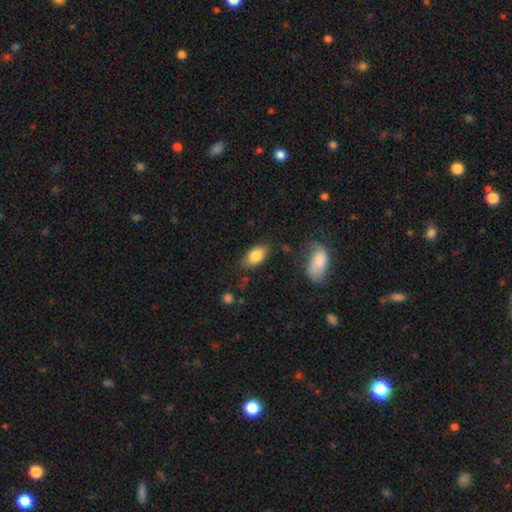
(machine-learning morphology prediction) Smooth or featured: smooth — 84% (featured or disk — 9%)
How rounded: in between — 91% (round — 5%)
Merging: none — 74% (minor disturbance — 17%)